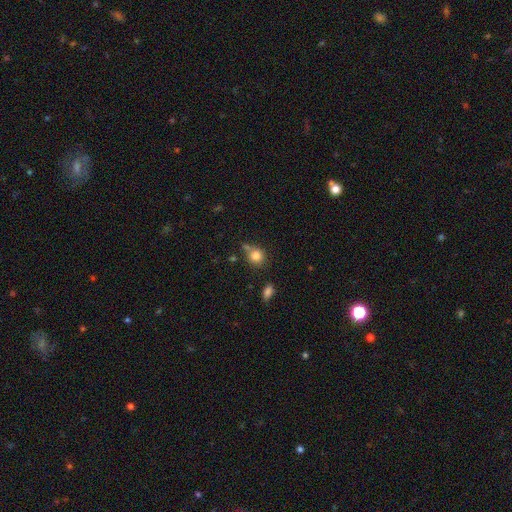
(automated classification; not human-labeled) smooth-or-featured: smooth: 81% | star or artifact: 11% | featured or disk: 8%
  how-rounded: round: 83% | in between: 16% | cigar-shaped: 1%
  merging: none: 58% | minor disturbance: 19% | merger: 17% | major disturbance: 7%